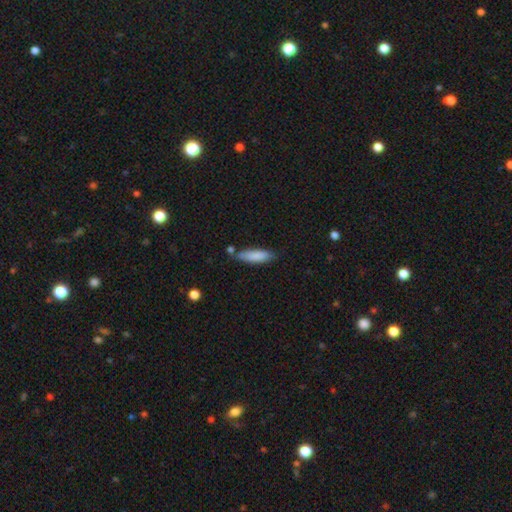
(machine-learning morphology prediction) type=smooth (84%); roundness=cigar-shaped (58%); merging=none (70%).